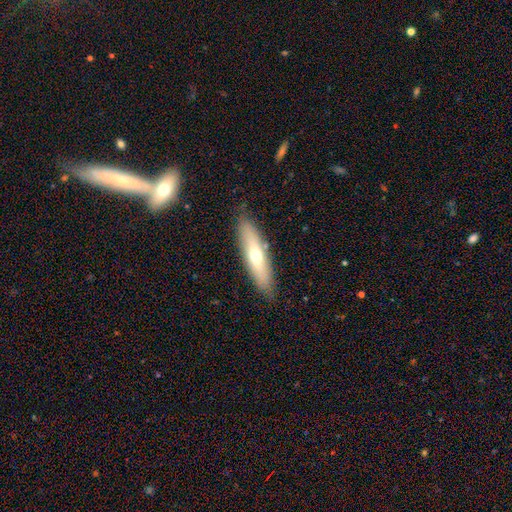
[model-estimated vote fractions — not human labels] Smooth or featured? smooth (53%)
How rounded? cigar-shaped (67%)
Merging? none (86%)